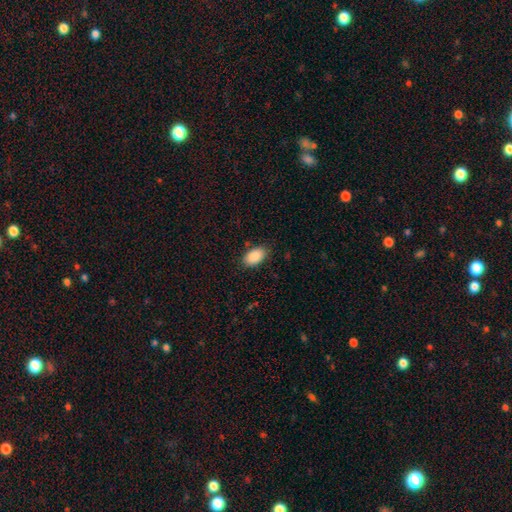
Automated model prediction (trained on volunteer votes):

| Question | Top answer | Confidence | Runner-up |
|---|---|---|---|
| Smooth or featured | smooth | 90% | star or artifact (7%) |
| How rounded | in between | 93% | round (5%) |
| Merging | none | 85% | minor disturbance (11%) |